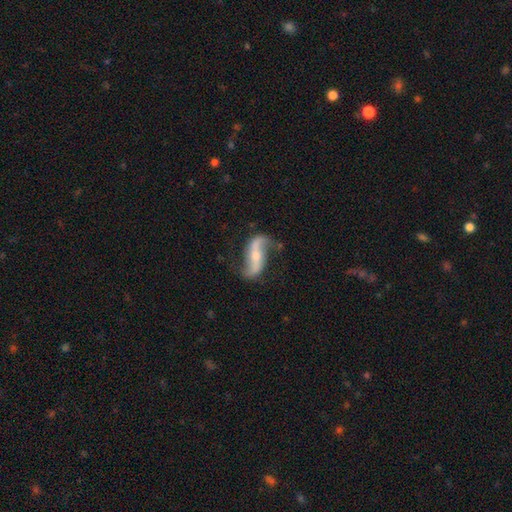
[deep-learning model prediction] Smooth or featured? featured or disk (84%)
Edge-on disk? no (92%)
Bar? strong (41%)
Spiral arms? yes (93%)
Spiral winding? loose (86%)
Spiral arm count? 2 (92%)
Bulge size? small (51%)
Merging? none (72%)